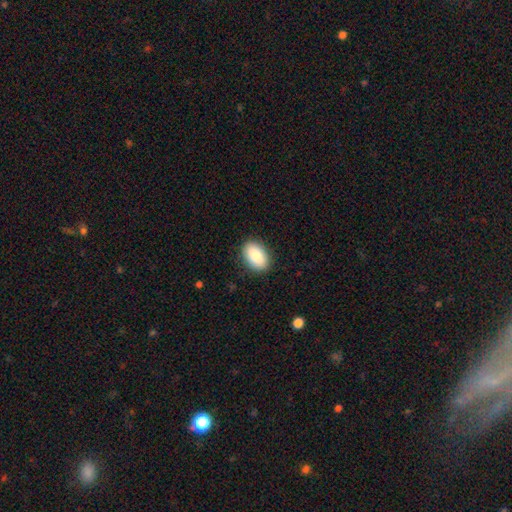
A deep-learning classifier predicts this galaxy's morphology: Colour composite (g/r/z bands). It shows a smooth galaxy with no disk features (87%) that is in between round and cigar-shaped (90%). Merging: none (88%).